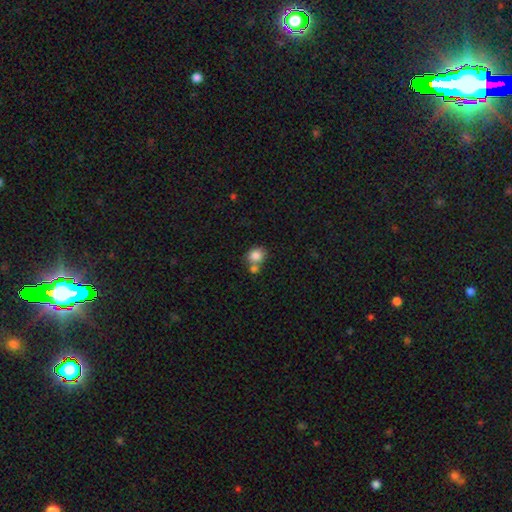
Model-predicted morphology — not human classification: Smooth or featured?
  - smooth: 83% *
  - star or artifact: 9%
  - featured or disk: 7%
How rounded?
  - round: 74% *
  - in between: 25%
  - cigar-shaped: 1%
Merging?
  - none: 50% *
  - merger: 36%
  - minor disturbance: 10%
  - major disturbance: 4%